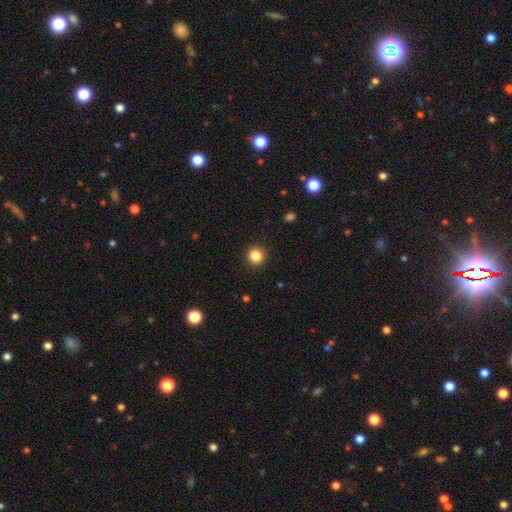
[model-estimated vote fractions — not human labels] smooth-or-featured: smooth: 85% | star or artifact: 11% | featured or disk: 4%
  how-rounded: round: 93% | in between: 6% | cigar-shaped: 1%
  merging: none: 92% | minor disturbance: 5% | major disturbance: 2% | merger: 1%